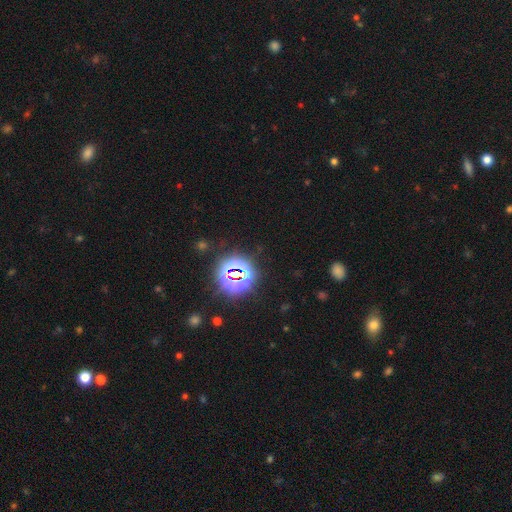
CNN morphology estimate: This appears to be a star or artifact, not a galaxy (78%).